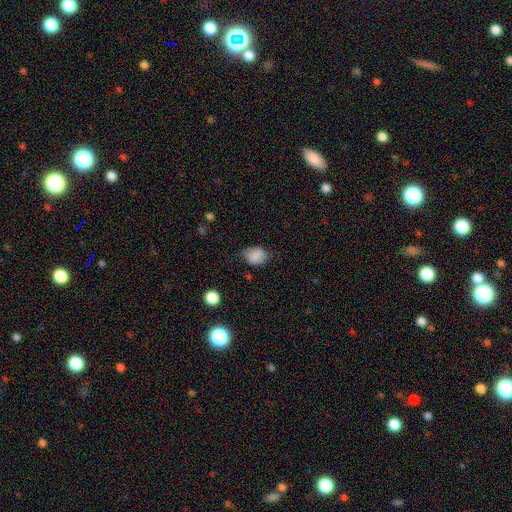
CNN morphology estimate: Smooth or featured? Predicted: smooth (p=0.81). How rounded? Predicted: in between (p=0.53). Merging? Predicted: none (p=0.58).